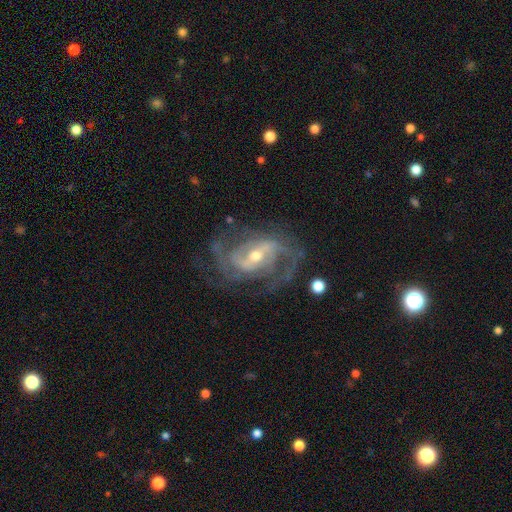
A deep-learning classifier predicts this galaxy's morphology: This is clearly a featured or disk galaxy (90%). It is clearly not viewed edge-on (97%). Bar: marginally weak (42%). Spiral arm pattern: clearly yes (97%). Spiral arm count: possibly 2 (53%). Spiral winding: possibly medium (50%). Central bulge: possibly moderate (50%). Merging: likely none (67%).